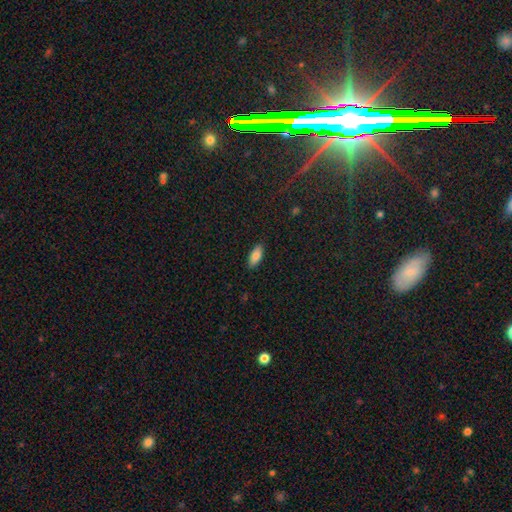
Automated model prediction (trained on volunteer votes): This is clearly a smooth galaxy (84%). How rounded: clearly in between (84%). Merging: clearly none (88%).